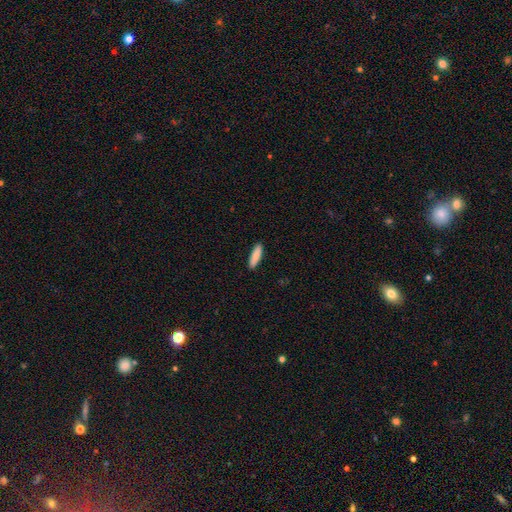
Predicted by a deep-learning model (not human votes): The model was most divided on "how rounded": cigar-shaped: 67%, in between: 31%, round: 2%. More confident: merging — none (91%); smooth or featured — smooth (85%).